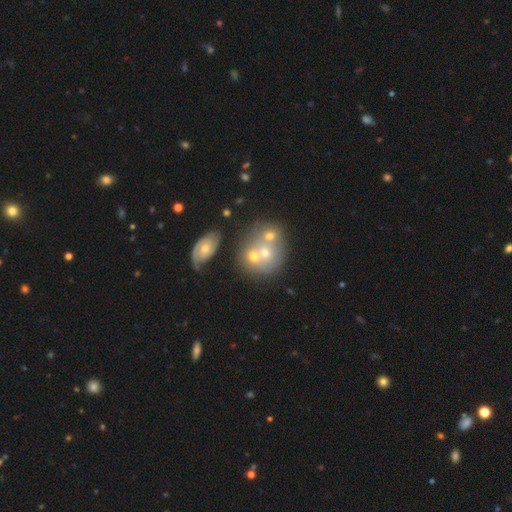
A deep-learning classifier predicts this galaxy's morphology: Smooth or featured? smooth (43%)
Merging? merger (60%)